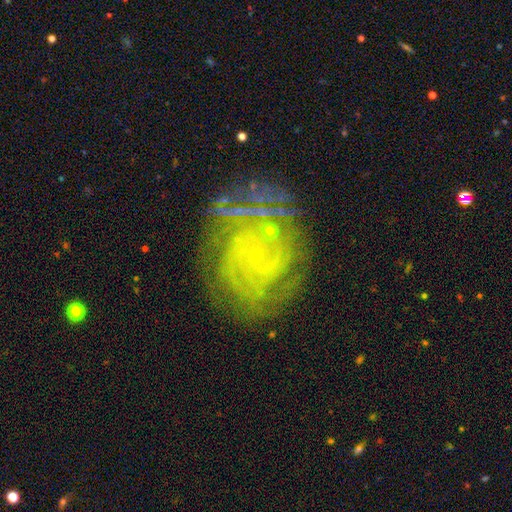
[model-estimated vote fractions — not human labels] Morphology: type=featured or disk (81%); edge-on=no (98%); bar=no (73%); spiral arms=yes (94%); winding=tight (68%); arm count=can't tell (30%); bulge=small (87%); merging=none (69%).